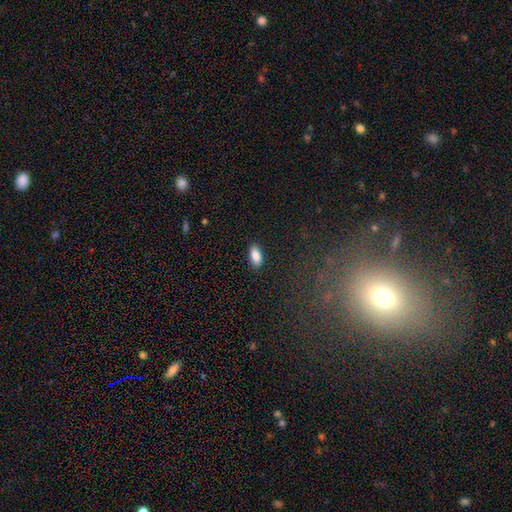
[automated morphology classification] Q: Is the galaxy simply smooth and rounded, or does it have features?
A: smooth — 89%.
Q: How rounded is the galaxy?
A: in between — 90%.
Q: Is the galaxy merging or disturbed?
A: none — 89%.